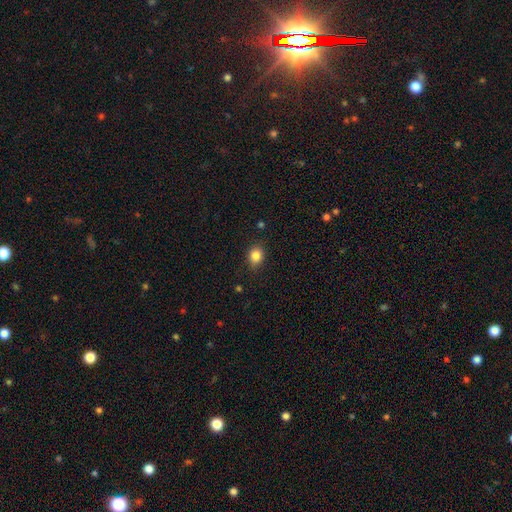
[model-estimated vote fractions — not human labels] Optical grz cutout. It shows a smooth galaxy with no disk features (85%) that is round (57%). Merging: none (86%).